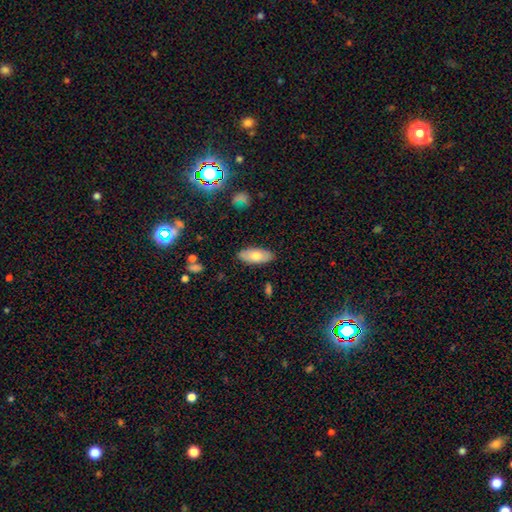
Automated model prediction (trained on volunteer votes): This is likely a smooth galaxy (69%). How rounded: clearly in between (88%). Merging: clearly none (86%).